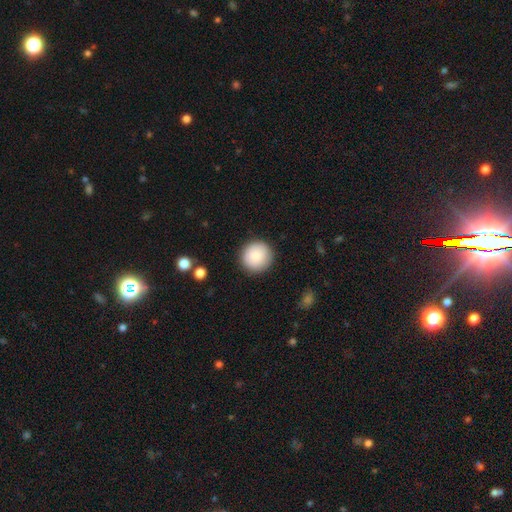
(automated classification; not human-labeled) Overall: smooth (84%). How rounded: round (94%). Merging: none (90%).